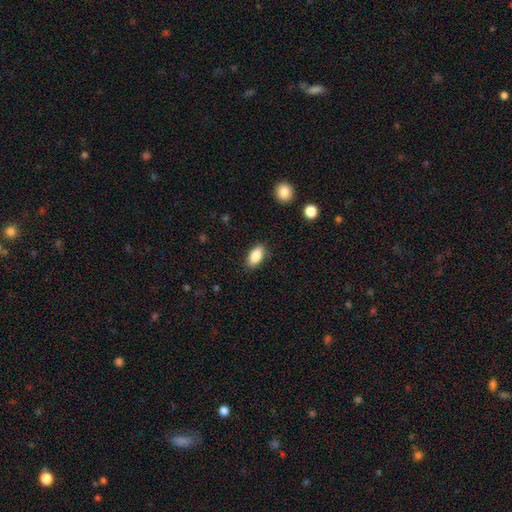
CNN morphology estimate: smooth-or-featured: smooth: 86% | star or artifact: 7% | featured or disk: 6%
  how-rounded: in between: 90% | cigar-shaped: 7% | round: 4%
  merging: none: 87% | minor disturbance: 10% | major disturbance: 2% | merger: 1%